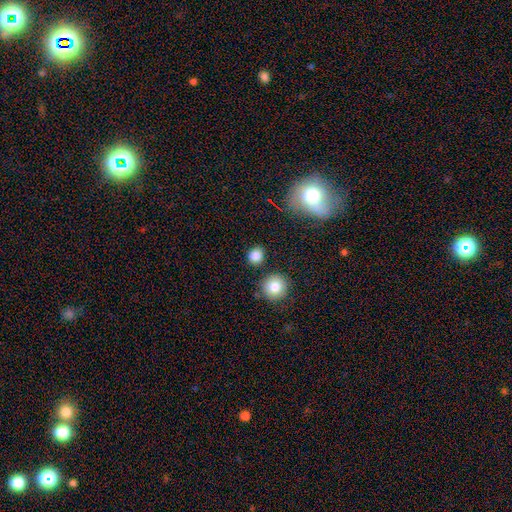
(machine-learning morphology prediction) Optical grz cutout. It shows a smooth galaxy with no disk features (83%) that is round (80%). Merging: none (86%).